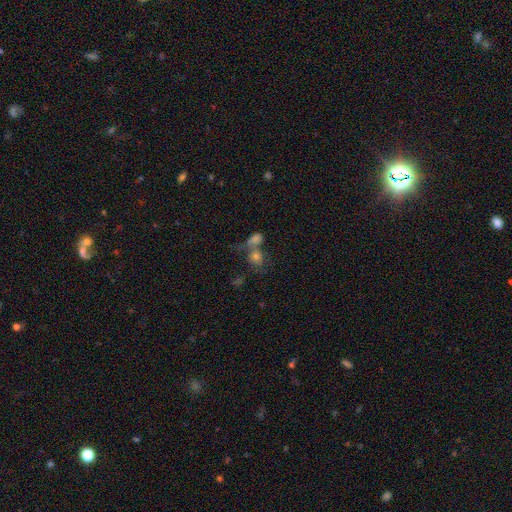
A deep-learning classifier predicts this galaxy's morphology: This is possibly a smooth galaxy (53%). How rounded: likely round (66%). Merging: marginally merger (45%).